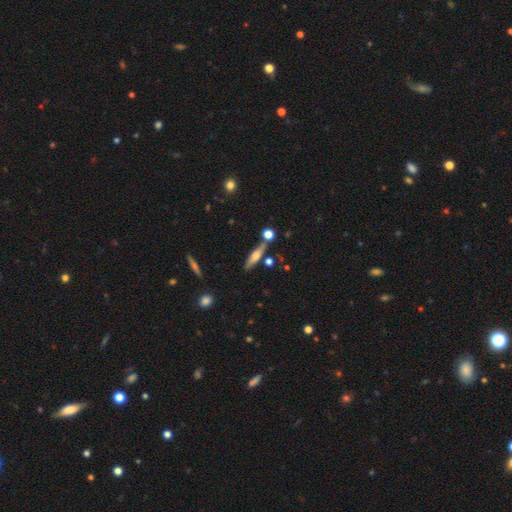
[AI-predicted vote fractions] A featured or disk galaxy (47%). Merging: none (74%).